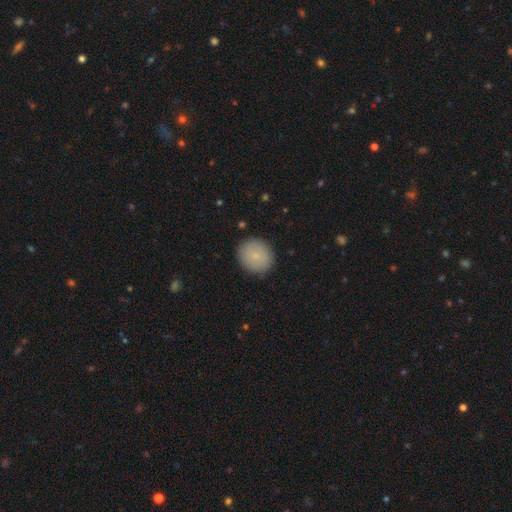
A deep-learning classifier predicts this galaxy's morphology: Q: Smooth or featured?
A: smooth (81%); runner-up: featured or disk (11%)
Q: How rounded?
A: round (79%); runner-up: in between (20%)
Q: Merging?
A: none (88%); runner-up: minor disturbance (8%)